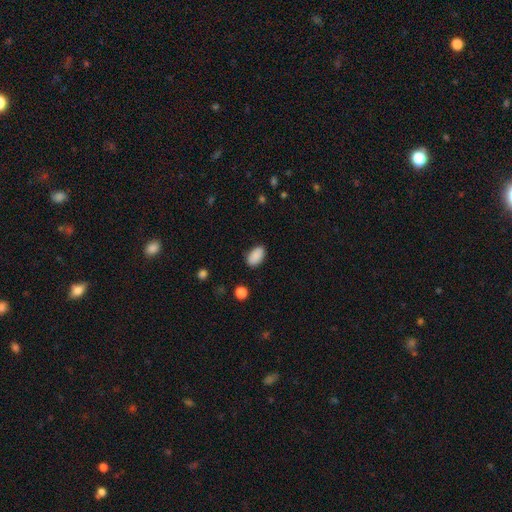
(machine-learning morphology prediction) The model was most divided on "merging": none: 84%, minor disturbance: 12%, major disturbance: 3%, merger: 1%. More confident: how rounded — in between (93%); smooth or featured — smooth (89%).